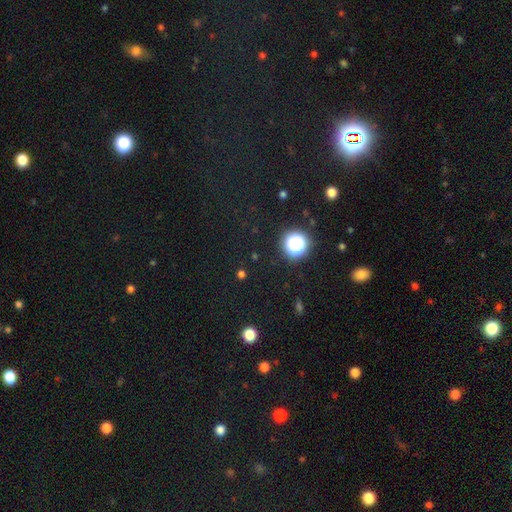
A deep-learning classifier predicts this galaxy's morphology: This is likely a star or artifact rather than a galaxy (71%).